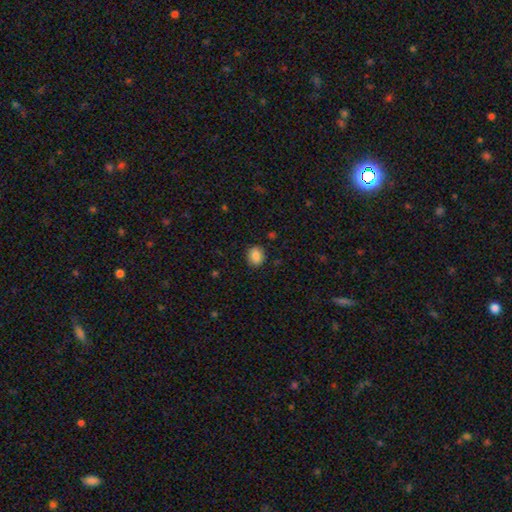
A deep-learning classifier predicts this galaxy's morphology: type=smooth (87%); roundness=round (59%); merging=none (88%).